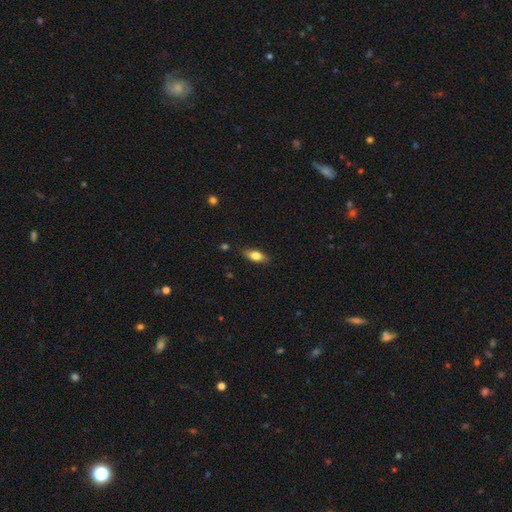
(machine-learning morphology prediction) Q: Smooth or featured?
A: smooth (75%); runner-up: featured or disk (18%)
Q: How rounded?
A: in between (75%); runner-up: cigar-shaped (21%)
Q: Merging?
A: none (83%); runner-up: minor disturbance (13%)